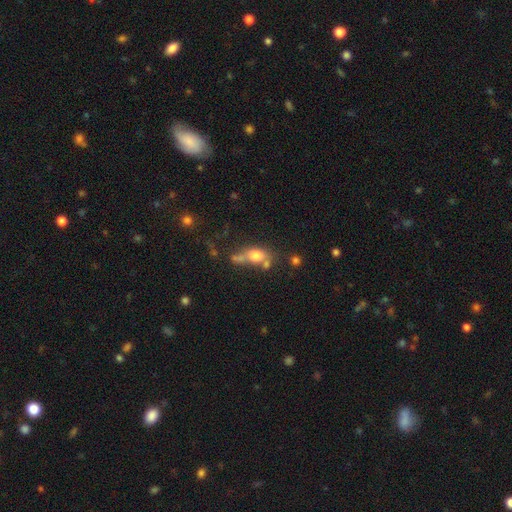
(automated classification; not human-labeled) Smooth or featured: smooth — 69% (featured or disk — 18%)
How rounded: in between — 58% (round — 35%)
Merging: none — 37% (merger — 35%)